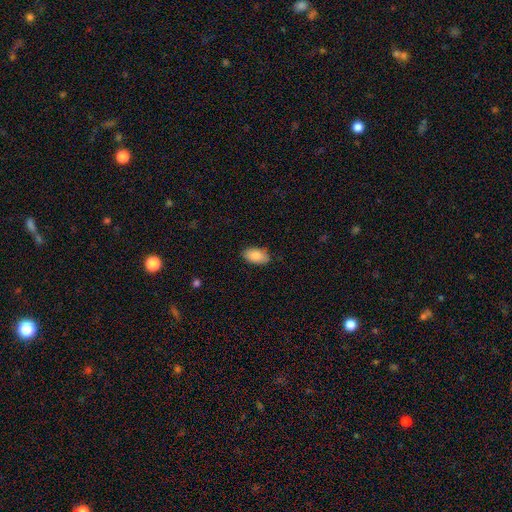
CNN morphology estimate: smooth-or-featured: smooth: 86% | featured or disk: 7% | star or artifact: 6%
  how-rounded: in between: 94% | round: 4% | cigar-shaped: 2%
  merging: none: 85% | minor disturbance: 12% | major disturbance: 2% | merger: 1%